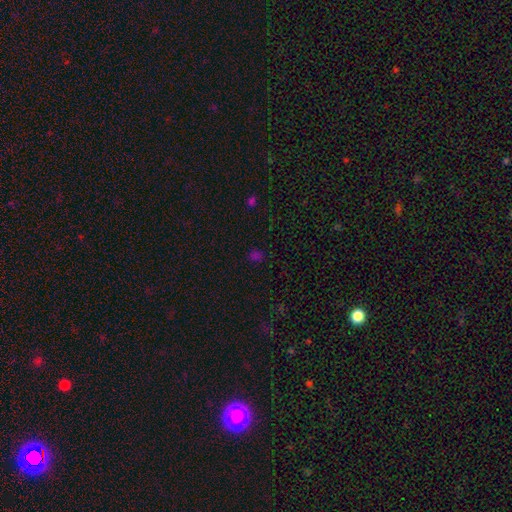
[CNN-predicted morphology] smooth 61%, star or artifact 35%, featured or disk 5%. Down the decision tree: how rounded — round (60%); merging — none (82%).